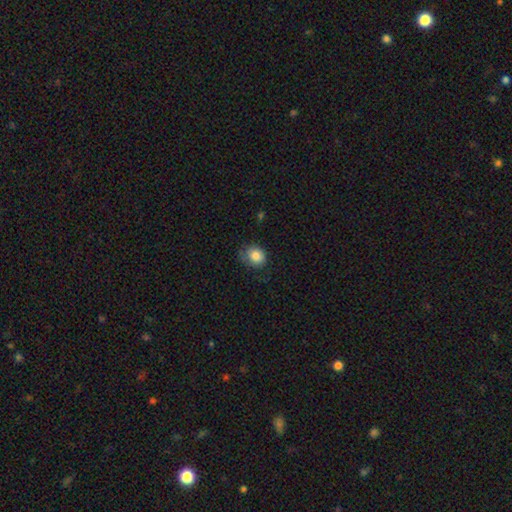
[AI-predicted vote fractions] This appears to be a smooth galaxy with no disk features (83%) that is round (57%). Merging: none (58%).